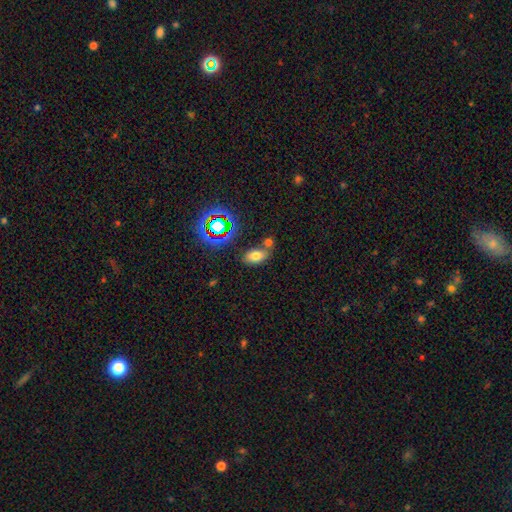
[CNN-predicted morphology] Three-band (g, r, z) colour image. It shows a smooth galaxy with no disk features (70%) that is in between round and cigar-shaped (88%). Merging: none (62%).